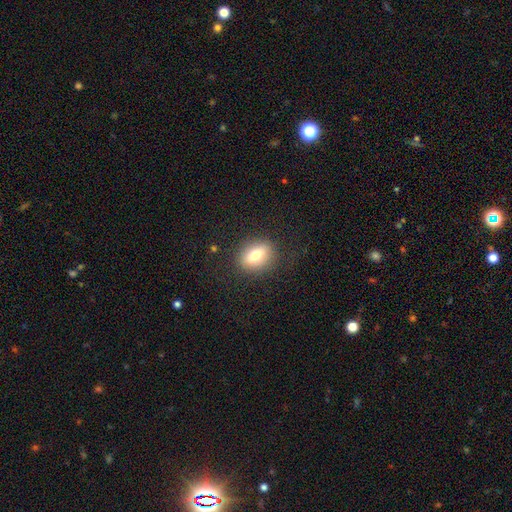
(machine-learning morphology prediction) Smooth or featured?
  - smooth: 71% *
  - featured or disk: 20%
  - star or artifact: 9%
How rounded?
  - in between: 70% *
  - round: 24%
  - cigar-shaped: 6%
Merging?
  - none: 84% *
  - minor disturbance: 11%
  - major disturbance: 4%
  - merger: 1%